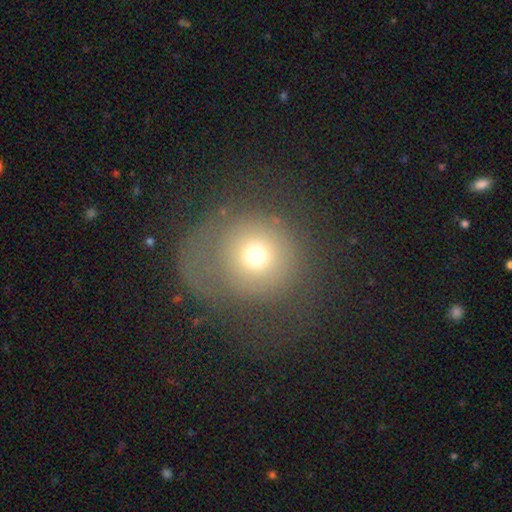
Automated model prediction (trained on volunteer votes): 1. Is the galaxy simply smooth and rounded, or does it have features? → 63% smooth, 23% featured or disk, 14% star or artifact.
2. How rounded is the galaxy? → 89% round, 10% in between, 1% cigar-shaped.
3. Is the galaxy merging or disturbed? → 41% major disturbance (tied), 41% none (tied), 15% minor disturbance, 3% merger.